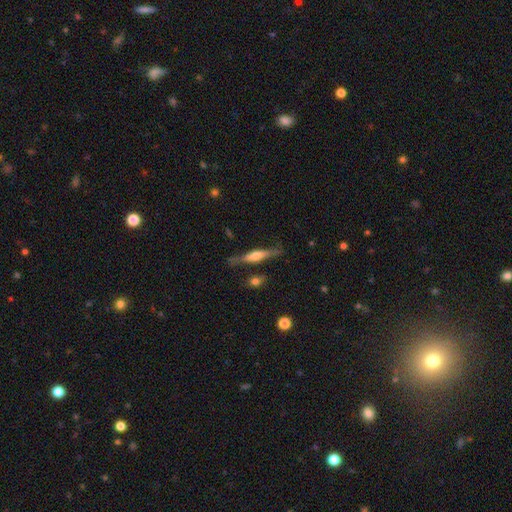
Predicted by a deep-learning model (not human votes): This is likely a featured or disk galaxy (62%). It is clearly viewed edge-on (93%). Edge-on bulge: likely rounded (65%). Merging: likely none (76%).